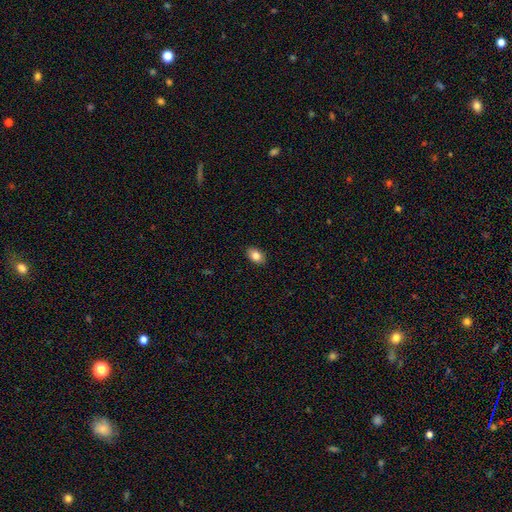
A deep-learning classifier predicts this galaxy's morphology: This is clearly a smooth galaxy (84%). How rounded: clearly in between (86%). Merging: clearly none (89%).